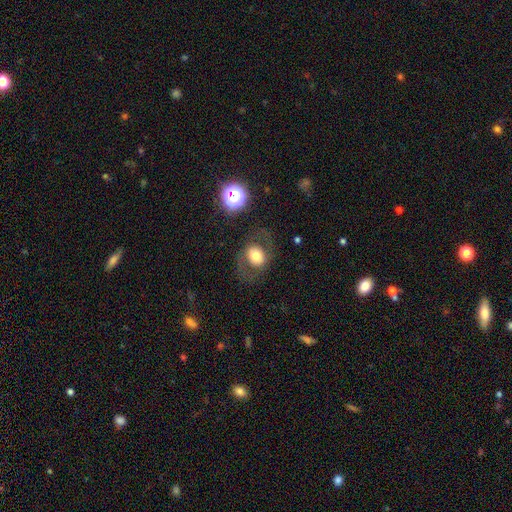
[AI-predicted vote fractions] Morphology: type=smooth (55%); roundness=round (59%); merging=none (71%).